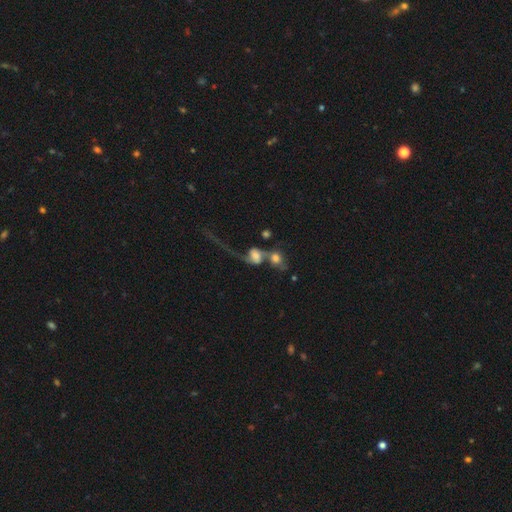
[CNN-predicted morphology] Overall: featured or disk (48%; smooth 40%). Merging: merger (65%).